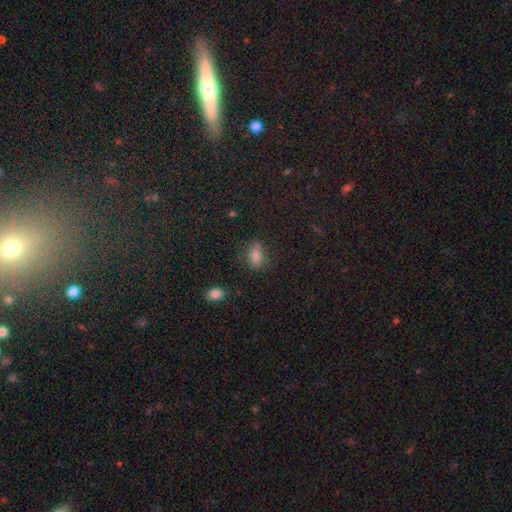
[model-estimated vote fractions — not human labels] The model was most divided on "merging": none: 70%, minor disturbance: 21%, major disturbance: 6%, merger: 4%. More confident: how rounded — in between (77%); smooth or featured — smooth (75%).